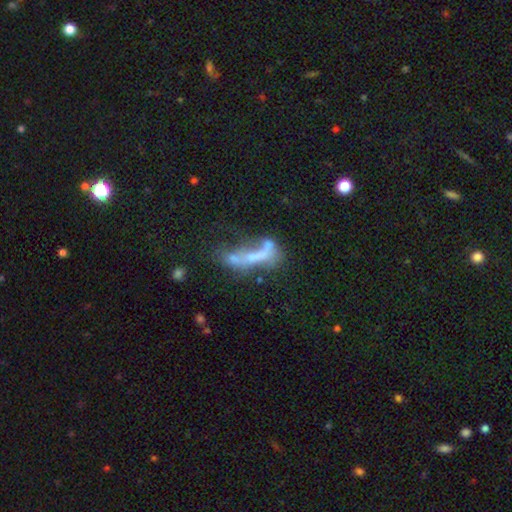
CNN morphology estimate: This is possibly a featured or disk galaxy (47%). Merging: marginally merger (36%).